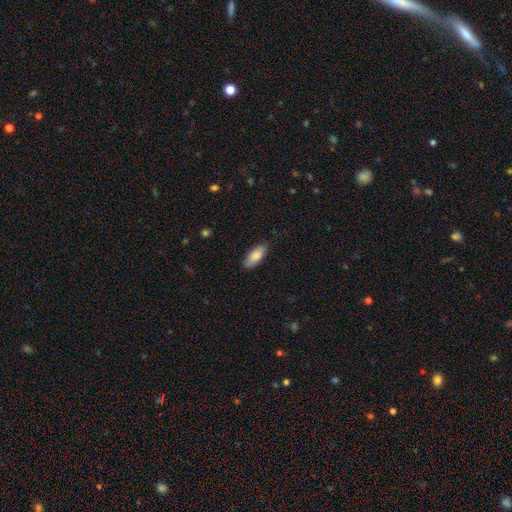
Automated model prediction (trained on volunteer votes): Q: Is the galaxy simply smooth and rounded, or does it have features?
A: smooth — 86%.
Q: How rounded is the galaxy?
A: in between — 82%.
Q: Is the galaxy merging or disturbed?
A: none — 84%.